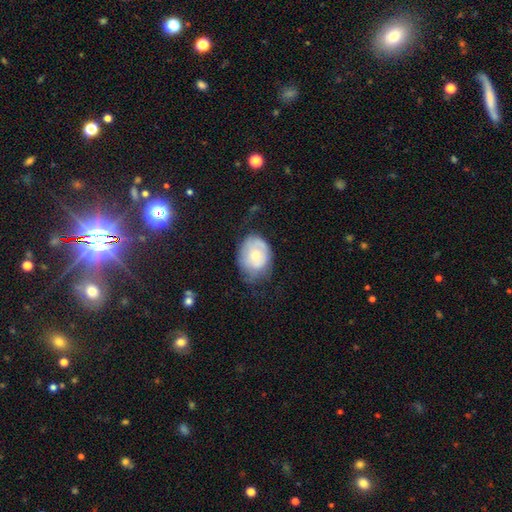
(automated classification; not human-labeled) Q: Smooth or featured?
A: smooth (55%); runner-up: featured or disk (38%)
Q: How rounded?
A: in between (53%); runner-up: round (46%)
Q: Merging?
A: none (49%); runner-up: minor disturbance (34%)